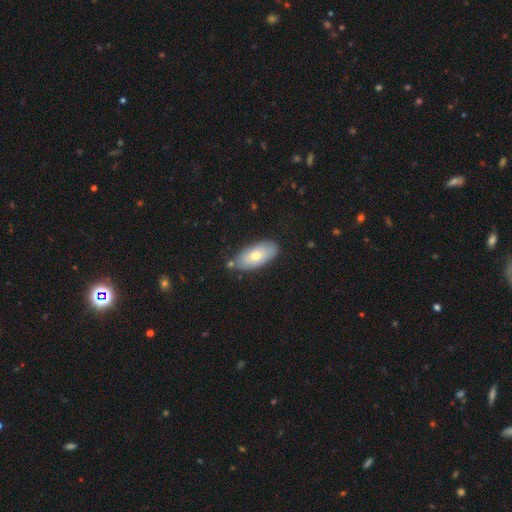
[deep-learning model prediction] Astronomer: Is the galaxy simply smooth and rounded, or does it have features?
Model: smooth — 66%.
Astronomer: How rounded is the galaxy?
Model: in between — 90%.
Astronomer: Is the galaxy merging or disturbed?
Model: none — 78%.